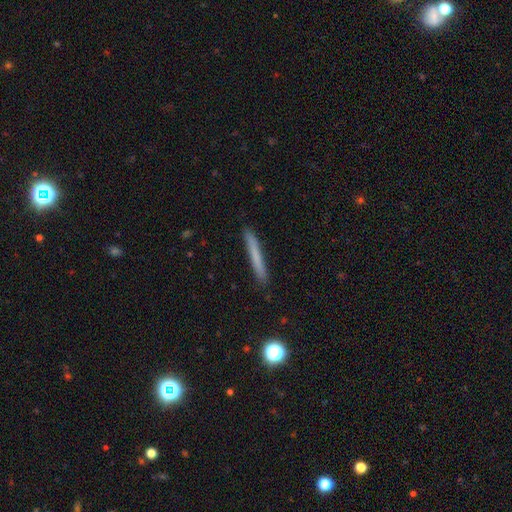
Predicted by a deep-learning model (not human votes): Overall: smooth (68%). How rounded: cigar-shaped (96%). Merging: none (89%).